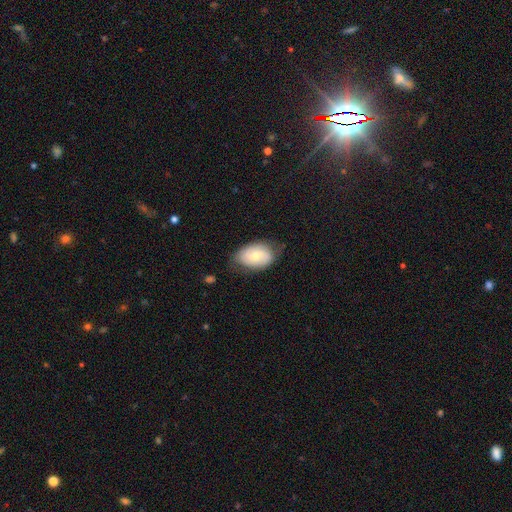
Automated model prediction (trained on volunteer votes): Overall: smooth (57%; featured or disk 36%). How rounded: in between (86%). Merging: none (68%).